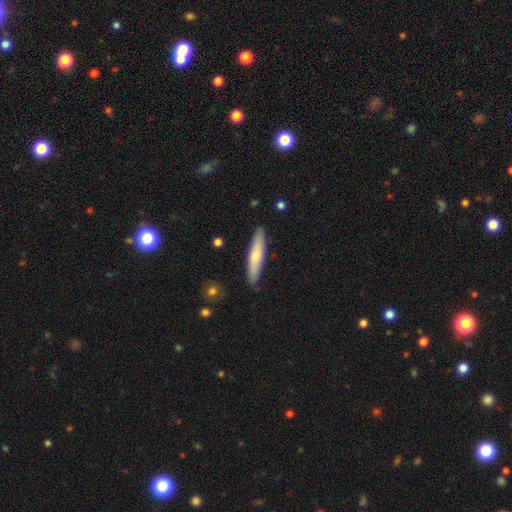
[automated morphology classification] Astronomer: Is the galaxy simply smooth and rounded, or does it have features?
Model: smooth — 67%.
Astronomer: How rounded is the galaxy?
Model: cigar-shaped — 88%.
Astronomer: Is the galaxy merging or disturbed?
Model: none — 89%.